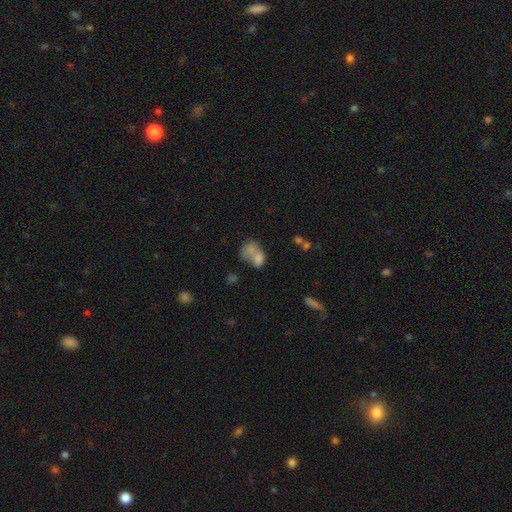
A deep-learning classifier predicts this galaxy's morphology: A smooth galaxy with no disk features (69%) that is in between round and cigar-shaped (69%). Merging: merger (59%).